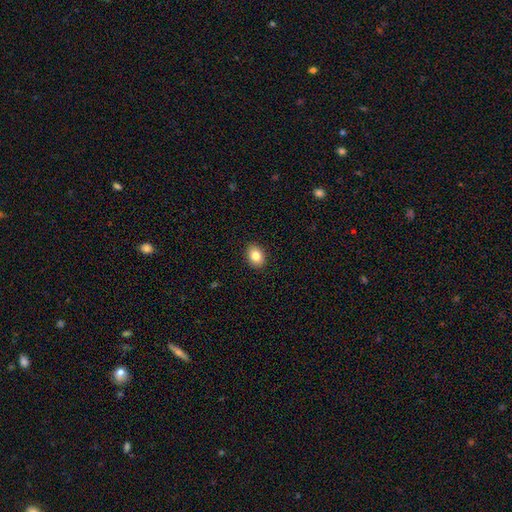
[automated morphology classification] smooth-or-featured: smooth: 83% | star or artifact: 9% | featured or disk: 9%
  how-rounded: in between: 70% | round: 29% | cigar-shaped: 1%
  merging: none: 90% | minor disturbance: 7% | major disturbance: 2% | merger: 1%